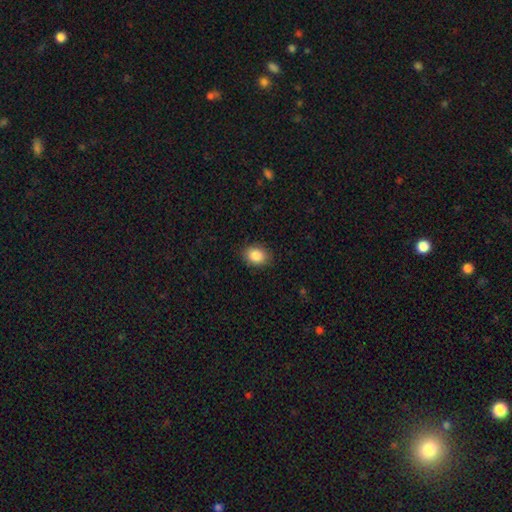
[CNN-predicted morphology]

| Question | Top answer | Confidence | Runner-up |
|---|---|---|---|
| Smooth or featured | smooth | 87% | star or artifact (8%) |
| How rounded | in between | 61% | round (39%) |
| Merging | none | 87% | minor disturbance (10%) |